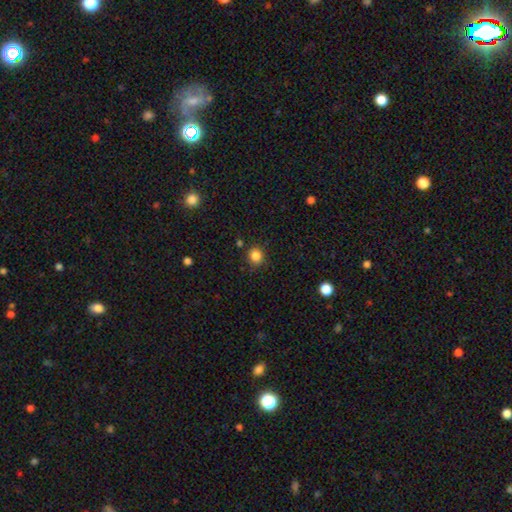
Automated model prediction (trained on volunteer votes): Smooth or featured? Predicted: smooth (p=0.84). How rounded? Predicted: round (p=0.85). Merging? Predicted: none (p=0.85).